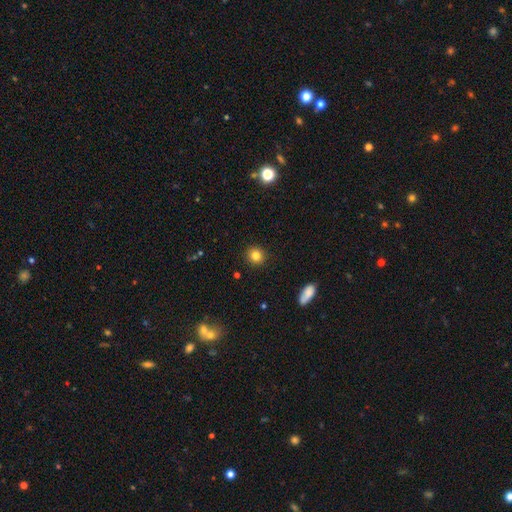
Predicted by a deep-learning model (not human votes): The model was most divided on "smooth or featured": smooth: 83%, star or artifact: 11%, featured or disk: 6%. More confident: merging — none (91%); how rounded — round (88%).